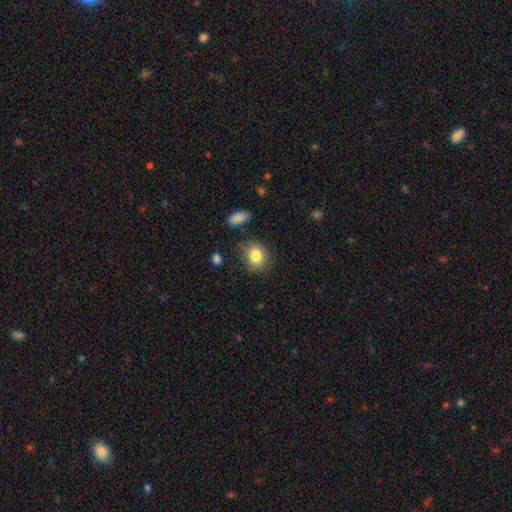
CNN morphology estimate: Smooth or featured: smooth — 83% (star or artifact — 9%)
How rounded: round — 60% (in between — 39%)
Merging: none — 75% (minor disturbance — 17%)